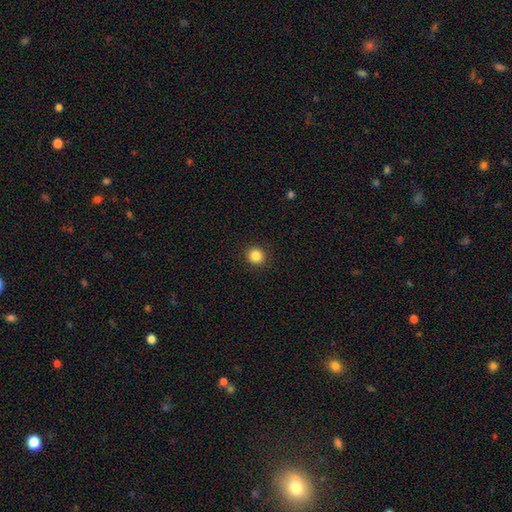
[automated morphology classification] A smooth galaxy with no disk features (85%) that is round (89%). Merging: none (92%).